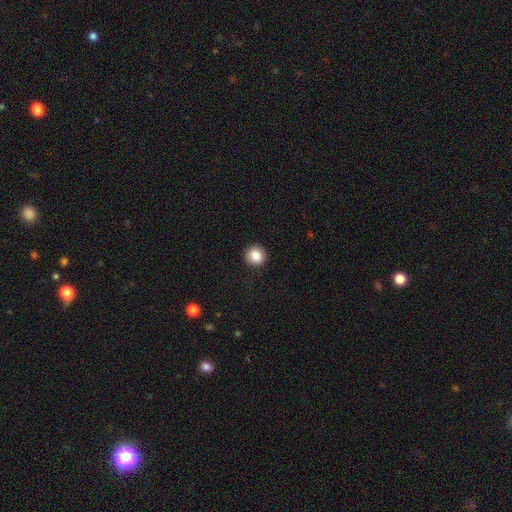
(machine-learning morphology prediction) This appears to be a smooth galaxy with no disk features (85%) that is round (92%). Merging: none (92%).